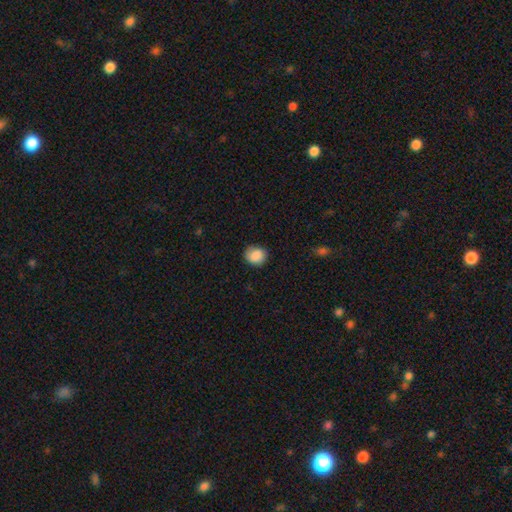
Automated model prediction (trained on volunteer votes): A smooth galaxy with no disk features (88%) that is round (71%). Merging: none (82%).